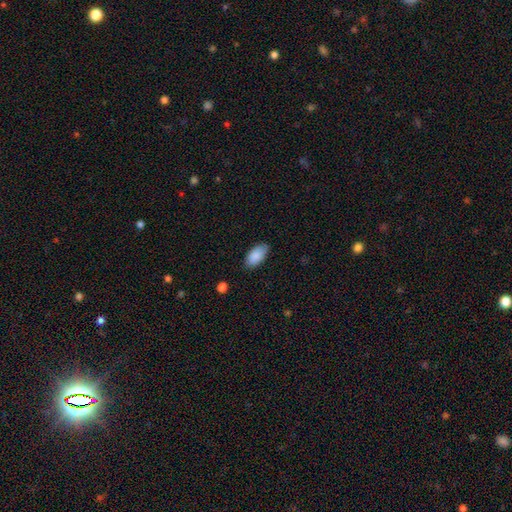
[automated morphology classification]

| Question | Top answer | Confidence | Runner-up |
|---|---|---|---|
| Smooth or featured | smooth | 88% | star or artifact (6%) |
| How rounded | in between | 94% | cigar-shaped (4%) |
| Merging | none | 82% | minor disturbance (14%) |